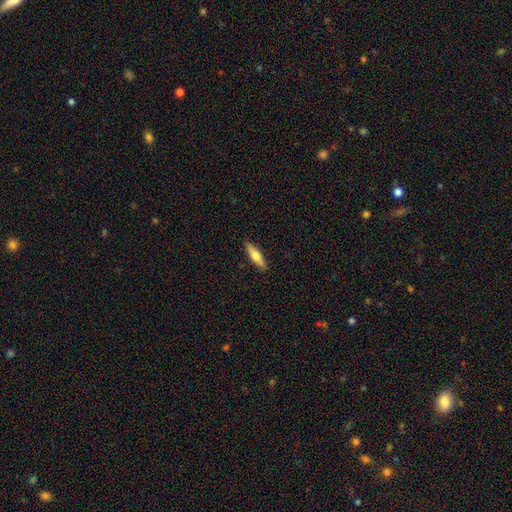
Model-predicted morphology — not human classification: type=smooth (62%); roundness=cigar-shaped (63%); merging=none (90%).